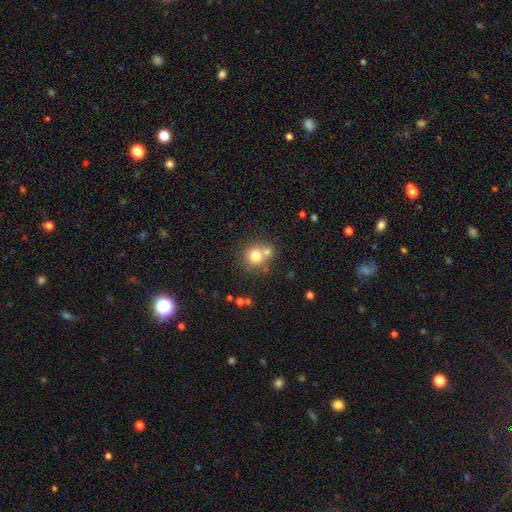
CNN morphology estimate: Smooth or featured? smooth (74%)
How rounded? round (88%)
Merging? none (53%)